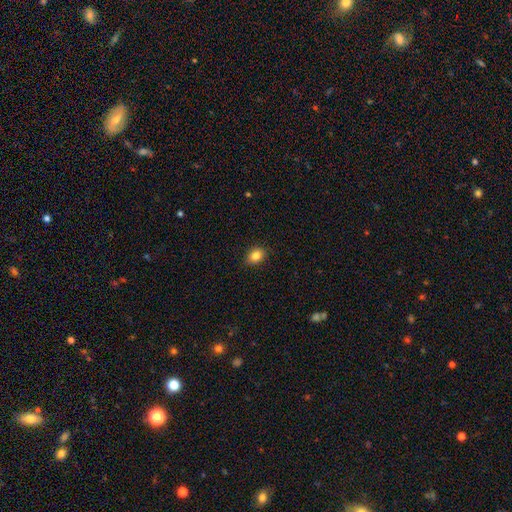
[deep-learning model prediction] Smooth or featured?
  - smooth: 84% *
  - star or artifact: 10%
  - featured or disk: 6%
How rounded?
  - in between: 64% *
  - round: 35%
  - cigar-shaped: 1%
Merging?
  - none: 87% *
  - minor disturbance: 10%
  - major disturbance: 2%
  - merger: 1%